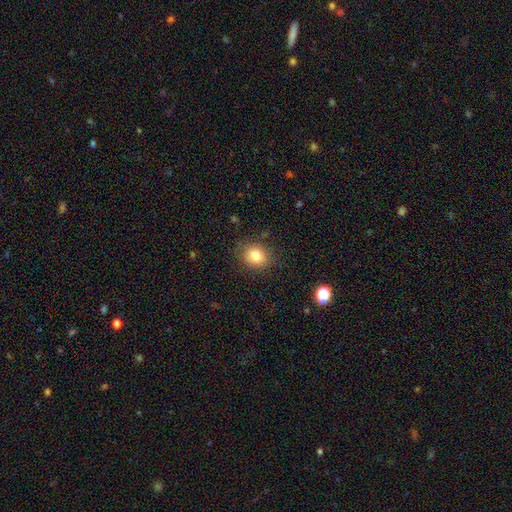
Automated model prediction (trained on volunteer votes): Morphology: type=smooth (82%); roundness=round (56%); merging=none (83%).